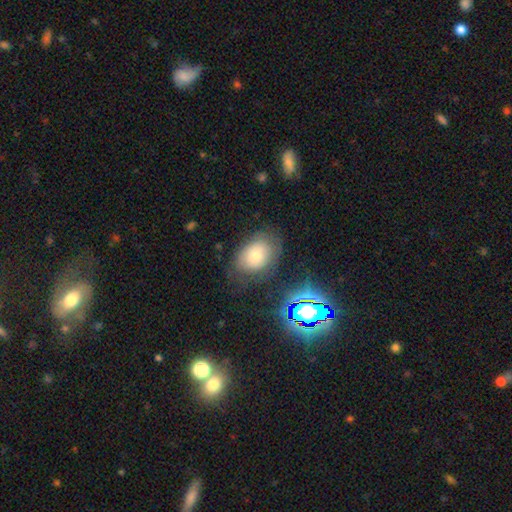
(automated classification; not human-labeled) The model was most divided on "smooth or featured": smooth: 60%, featured or disk: 24%, star or artifact: 16%. More confident: how rounded — in between (73%); merging — none (70%).